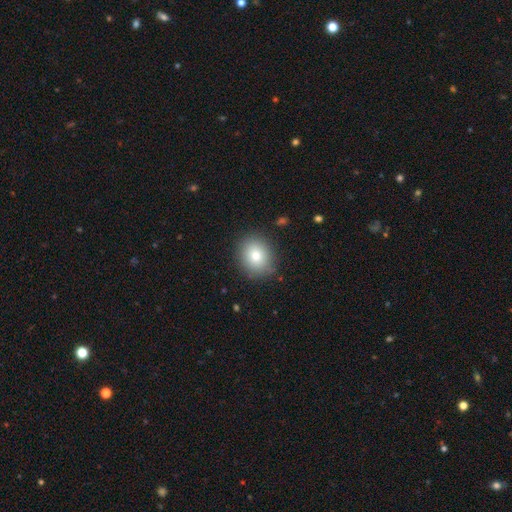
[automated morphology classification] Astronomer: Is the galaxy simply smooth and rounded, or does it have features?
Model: smooth — 80%.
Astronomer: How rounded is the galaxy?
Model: round — 68%.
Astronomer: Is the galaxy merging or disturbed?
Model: none — 86%.